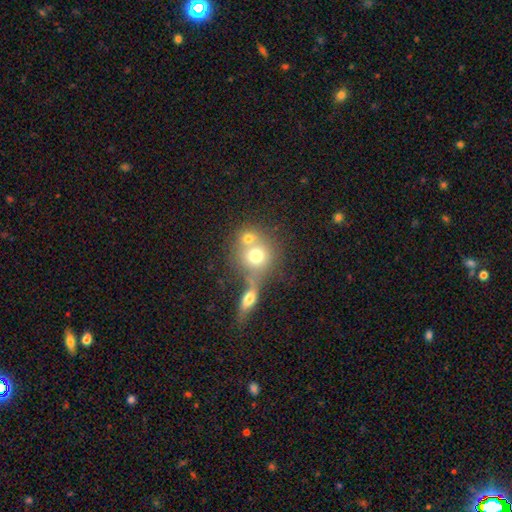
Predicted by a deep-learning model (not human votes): Q: Smooth or featured?
A: smooth (70%); runner-up: featured or disk (19%)
Q: How rounded?
A: round (80%); runner-up: in between (18%)
Q: Merging?
A: merger (51%); runner-up: none (36%)